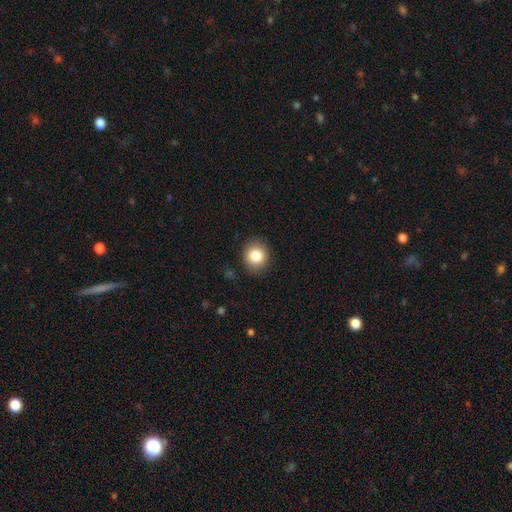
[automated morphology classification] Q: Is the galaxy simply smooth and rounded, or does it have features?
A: smooth — 83%.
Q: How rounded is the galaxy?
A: round — 82%.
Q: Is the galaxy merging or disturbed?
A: none — 89%.